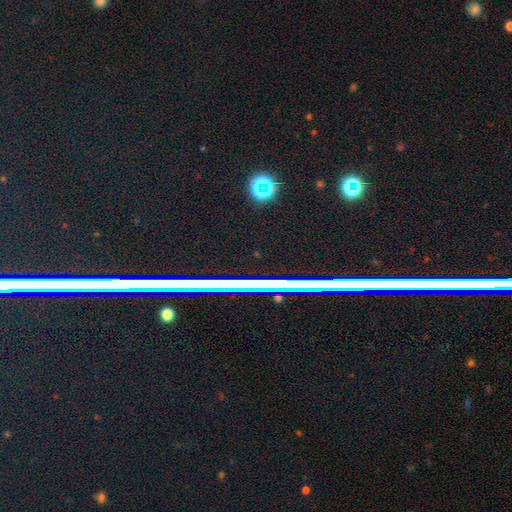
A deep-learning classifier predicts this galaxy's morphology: Q: Smooth or featured?
A: star or artifact (80%); runner-up: featured or disk (11%)